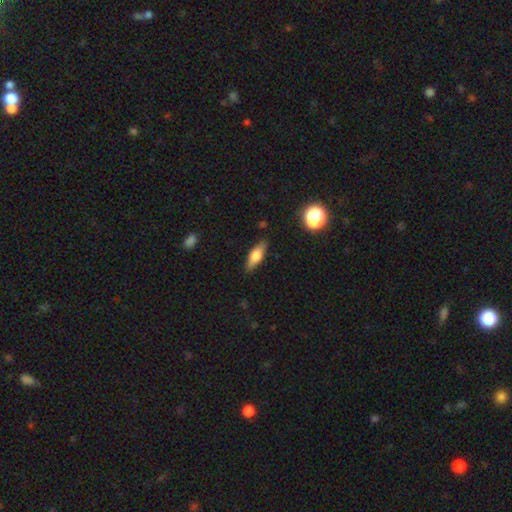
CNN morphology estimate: Smooth or featured? smooth (61%)
How rounded? in between (57%)
Merging? none (85%)